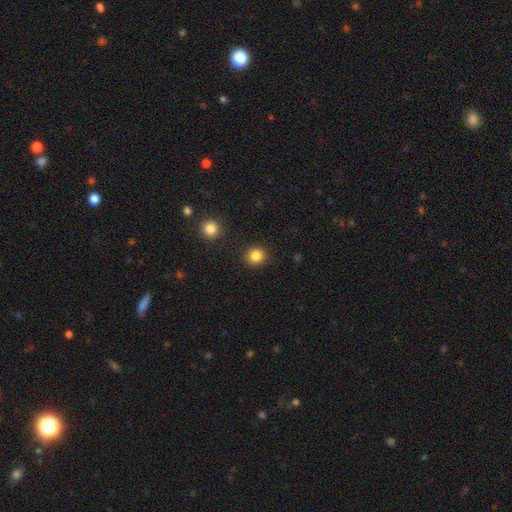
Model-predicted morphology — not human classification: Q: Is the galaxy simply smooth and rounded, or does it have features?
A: smooth — 85%.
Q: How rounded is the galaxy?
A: round — 89%.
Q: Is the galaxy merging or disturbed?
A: none — 91%.